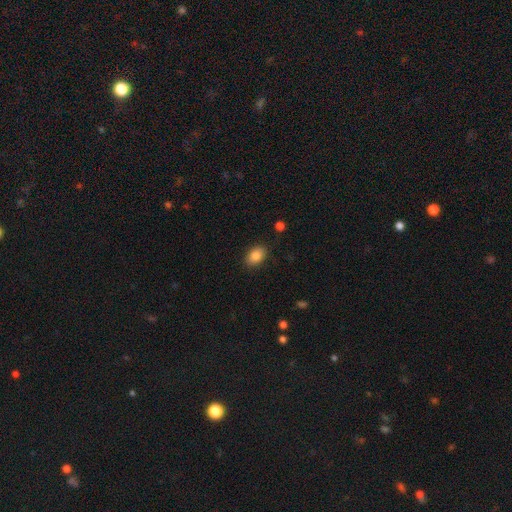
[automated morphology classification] A smooth galaxy with no disk features (86%) that is in between round and cigar-shaped (81%).

Vote fractions:
- Smooth or featured? smooth: 86% / star or artifact: 8% / featured or disk: 6%
- How rounded? in between: 81% / round: 17% / cigar-shaped: 1%
- Merging? none: 87% / minor disturbance: 9% / major disturbance: 2% / merger: 1%